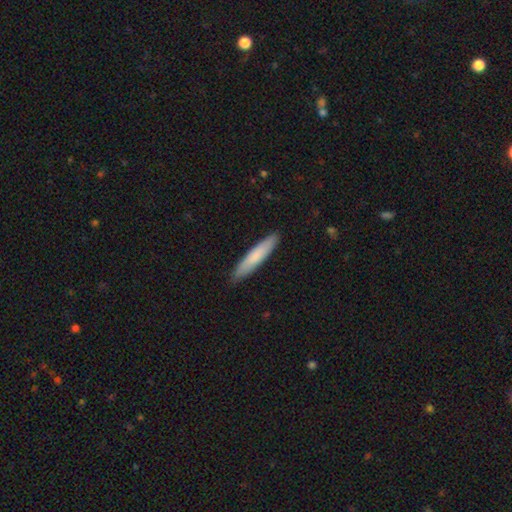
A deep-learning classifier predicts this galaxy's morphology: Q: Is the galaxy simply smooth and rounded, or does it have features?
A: smooth — 78%.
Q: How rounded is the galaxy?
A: cigar-shaped — 90%.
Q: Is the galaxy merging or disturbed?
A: none — 88%.